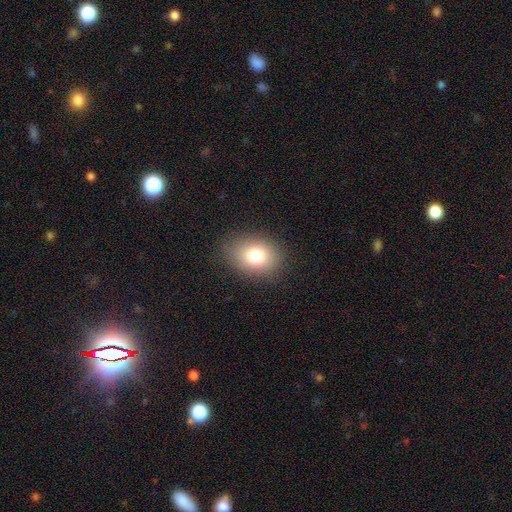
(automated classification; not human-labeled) smooth 77%, featured or disk 12%, star or artifact 12%. Down the decision tree: how rounded — in between (62%); merging — none (84%).